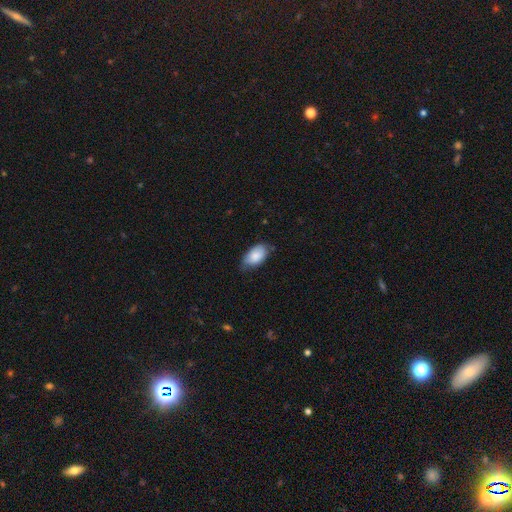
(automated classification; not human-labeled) Q: Smooth or featured?
A: smooth (84%); runner-up: featured or disk (10%)
Q: How rounded?
A: in between (93%); runner-up: round (5%)
Q: Merging?
A: none (66%); runner-up: minor disturbance (29%)